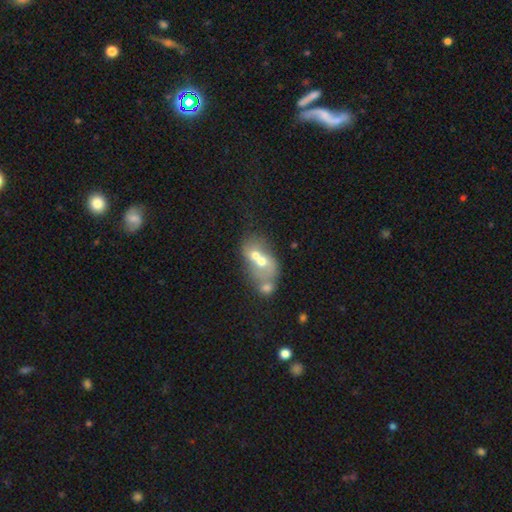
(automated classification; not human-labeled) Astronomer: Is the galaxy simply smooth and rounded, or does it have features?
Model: smooth — 51% (runner-up: featured or disk, 39%).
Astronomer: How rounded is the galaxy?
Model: in between — 57% (runner-up: round, 42%).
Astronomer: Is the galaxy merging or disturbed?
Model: merger — 73%.